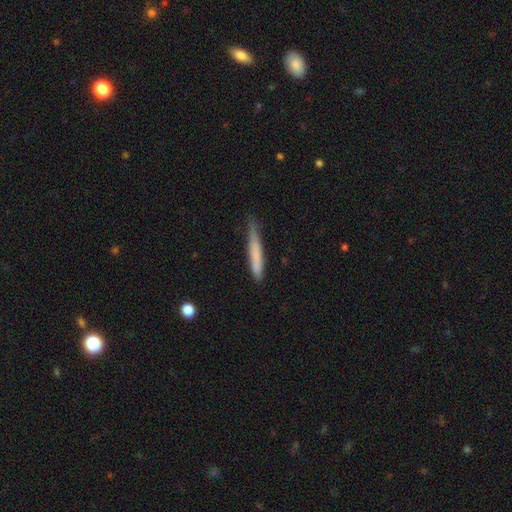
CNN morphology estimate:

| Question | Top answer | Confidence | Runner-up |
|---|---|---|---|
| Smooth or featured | smooth | 73% | featured or disk (21%) |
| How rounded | cigar-shaped | 95% | in between (3%) |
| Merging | none | 70% | minor disturbance (25%) |